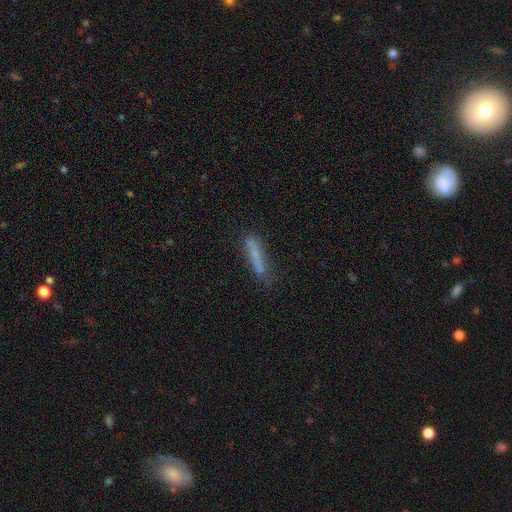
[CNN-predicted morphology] A smooth galaxy with no disk features (71%) that is cigar-shaped (91%).

Vote fractions:
- Smooth or featured? smooth: 71% / featured or disk: 20% / star or artifact: 9%
- How rounded? cigar-shaped: 91% / in between: 8% / round: 2%
- Merging? none: 71% / minor disturbance: 19% / major disturbance: 6% / merger: 3%